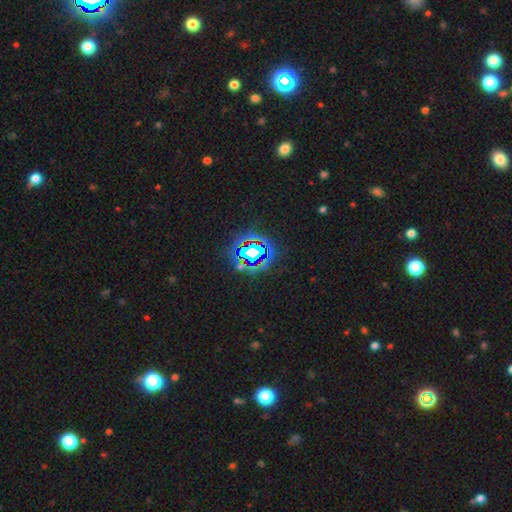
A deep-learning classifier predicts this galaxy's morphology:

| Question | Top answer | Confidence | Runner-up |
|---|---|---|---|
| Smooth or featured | star or artifact | 70% | smooth (18%) |